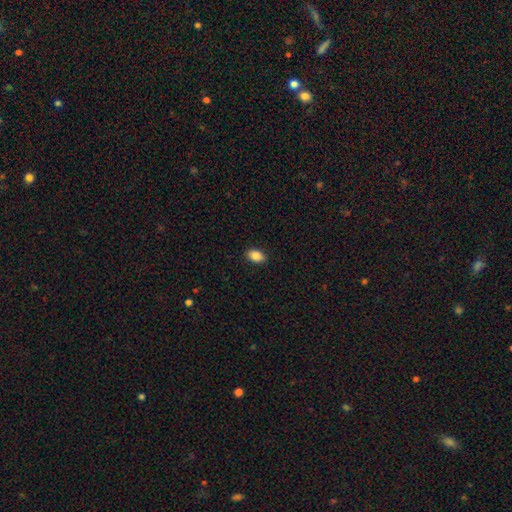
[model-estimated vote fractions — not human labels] Q: Smooth or featured?
A: smooth (87%); runner-up: star or artifact (8%)
Q: How rounded?
A: in between (87%); runner-up: round (12%)
Q: Merging?
A: none (89%); runner-up: minor disturbance (8%)